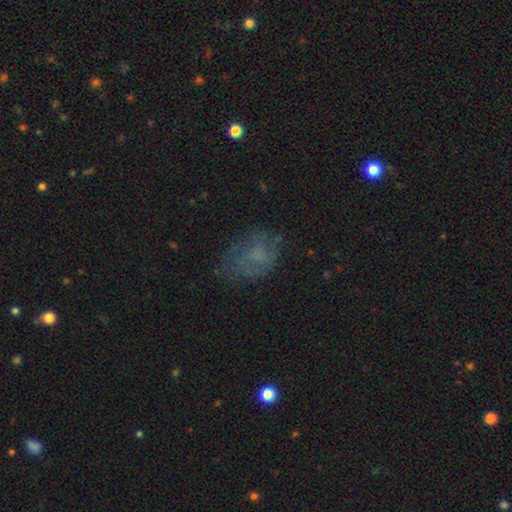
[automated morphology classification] Overall: smooth (44%; featured or disk 36%). Merging: none (55%; minor disturbance 23%).